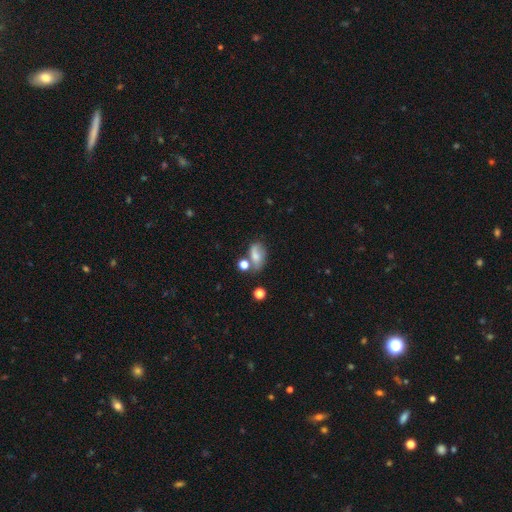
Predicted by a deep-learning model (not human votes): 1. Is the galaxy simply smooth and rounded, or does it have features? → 61% smooth, 27% featured or disk, 13% star or artifact.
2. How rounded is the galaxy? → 81% in between, 16% round, 3% cigar-shaped.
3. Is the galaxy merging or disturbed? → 44% none, 26% minor disturbance, 17% merger, 13% major disturbance.